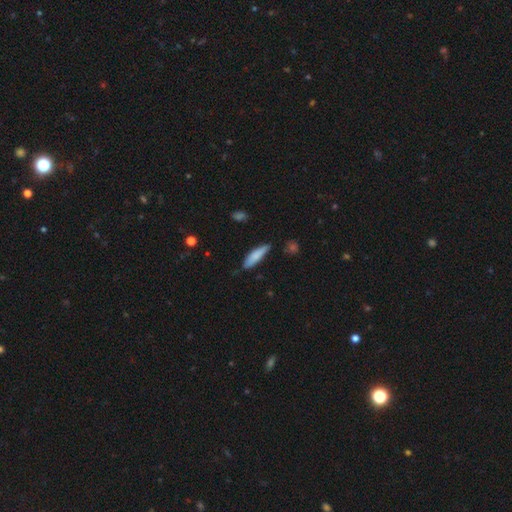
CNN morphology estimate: This appears to be a smooth galaxy with no disk features (82%) that is cigar-shaped (68%). Merging: none (75%).